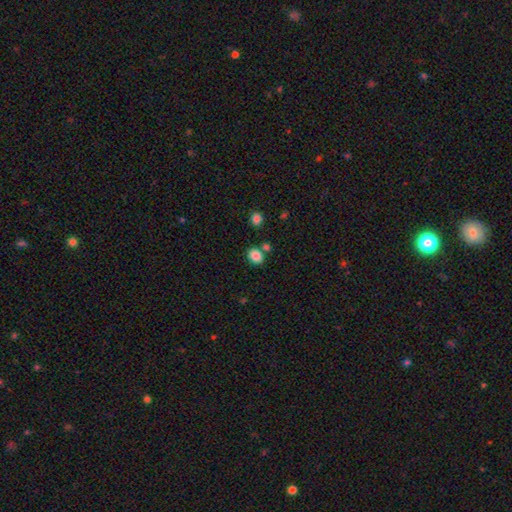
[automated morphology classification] A smooth galaxy with no disk features (86%) that is in between round and cigar-shaped (54%).

Vote fractions:
- Smooth or featured? smooth: 86% / star or artifact: 10% / featured or disk: 4%
- How rounded? in between: 54% / round: 45% / cigar-shaped: 1%
- Merging? none: 73% / merger: 13% / minor disturbance: 11% / major disturbance: 3%